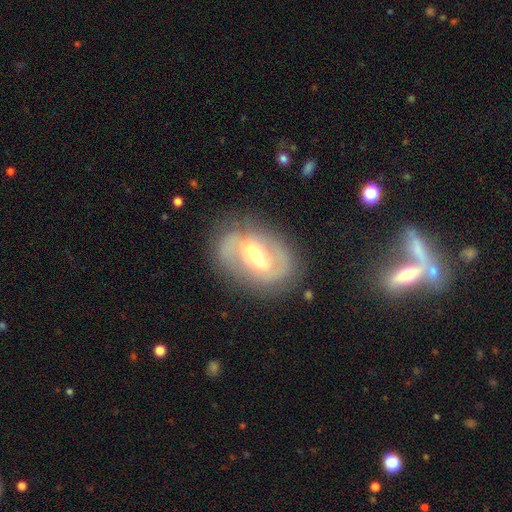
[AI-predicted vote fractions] This is likely a featured or disk galaxy (76%). It is clearly not viewed edge-on (95%). Bar: marginally weak (43%). Spiral arm pattern: likely yes (76%). Spiral arm count: likely 2 (75%). Spiral winding: marginally medium (43%). Central bulge: possibly moderate (57%). Merging: likely none (73%).